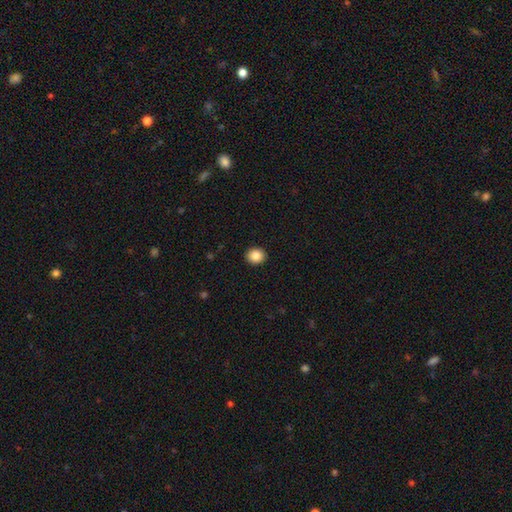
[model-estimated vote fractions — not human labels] This appears to be a smooth galaxy with no disk features (86%) that is round (81%). Merging: none (92%).